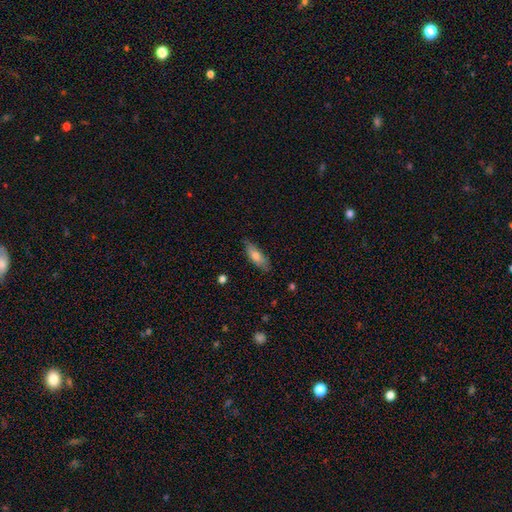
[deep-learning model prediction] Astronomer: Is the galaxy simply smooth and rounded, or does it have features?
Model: smooth — 73%.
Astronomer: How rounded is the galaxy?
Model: in between — 61%.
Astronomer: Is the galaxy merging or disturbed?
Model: none — 78%.